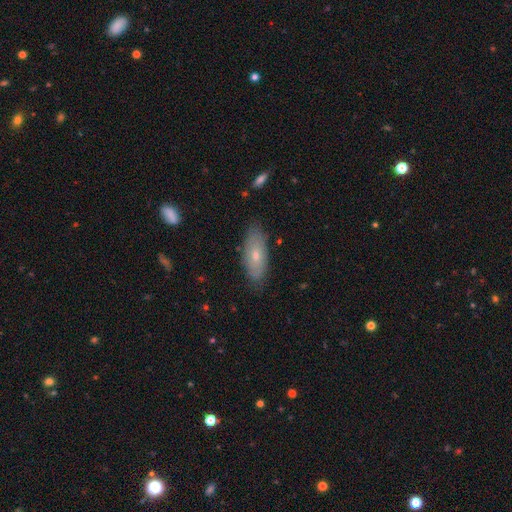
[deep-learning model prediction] Q: Smooth or featured?
A: smooth (57%); runner-up: featured or disk (36%)
Q: How rounded?
A: in between (80%); runner-up: cigar-shaped (17%)
Q: Merging?
A: none (79%); runner-up: minor disturbance (16%)